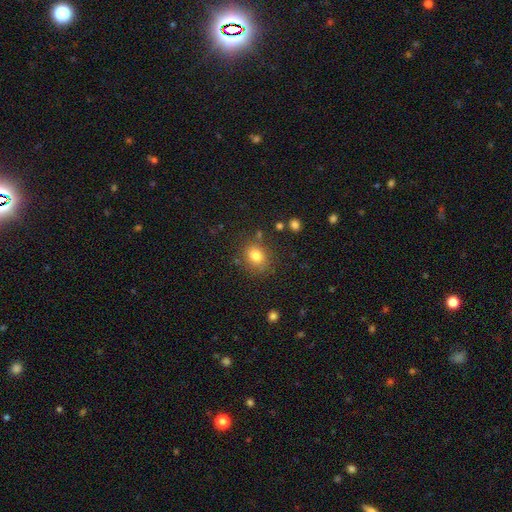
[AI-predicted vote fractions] This is clearly a smooth galaxy (81%). How rounded: likely round (62%). Merging: likely none (79%).